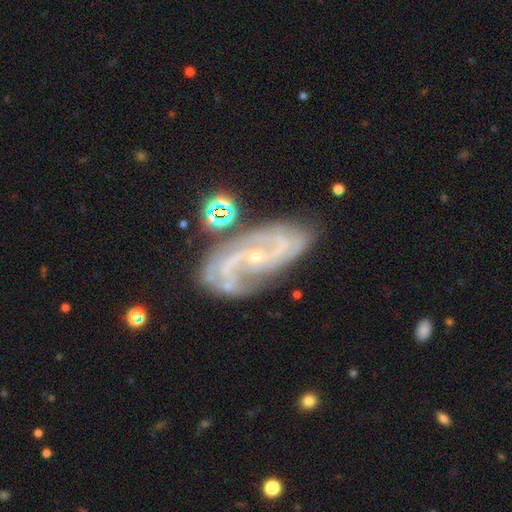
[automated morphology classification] Q: Smooth or featured?
A: featured or disk (87%); runner-up: star or artifact (7%)
Q: Edge-on disk?
A: no (95%); runner-up: yes (5%)
Q: Bar?
A: no (50%); runner-up: weak (34%)
Q: Spiral arms?
A: yes (97%); runner-up: no (3%)
Q: Spiral winding?
A: medium (48%); runner-up: tight (36%)
Q: Spiral arm count?
A: 2 (57%); runner-up: 3 (15%)
Q: Bulge size?
A: small (80%); runner-up: moderate (16%)
Q: Merging?
A: none (64%); runner-up: minor disturbance (20%)